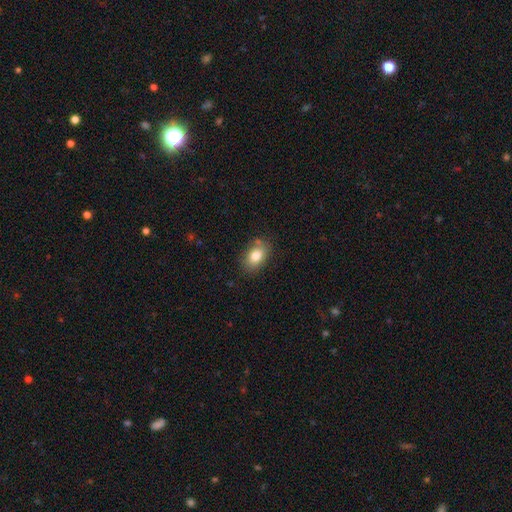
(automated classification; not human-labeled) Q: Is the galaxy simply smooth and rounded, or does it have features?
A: smooth — 81%.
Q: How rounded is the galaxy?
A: in between — 81%.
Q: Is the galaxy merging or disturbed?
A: none — 78%.